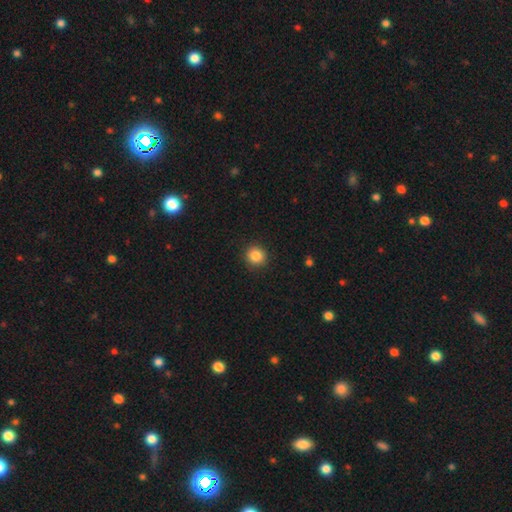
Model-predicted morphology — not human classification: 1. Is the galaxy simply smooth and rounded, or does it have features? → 86% smooth, 10% star or artifact, 4% featured or disk.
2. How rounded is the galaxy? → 90% round, 9% in between, 1% cigar-shaped.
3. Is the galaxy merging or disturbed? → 91% none, 6% minor disturbance, 2% major disturbance, 1% merger.